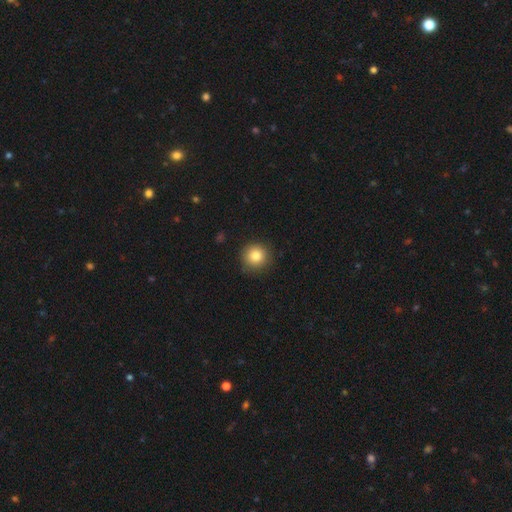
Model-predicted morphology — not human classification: This appears to be a smooth galaxy with no disk features (84%) that is round (92%). Merging: none (88%).